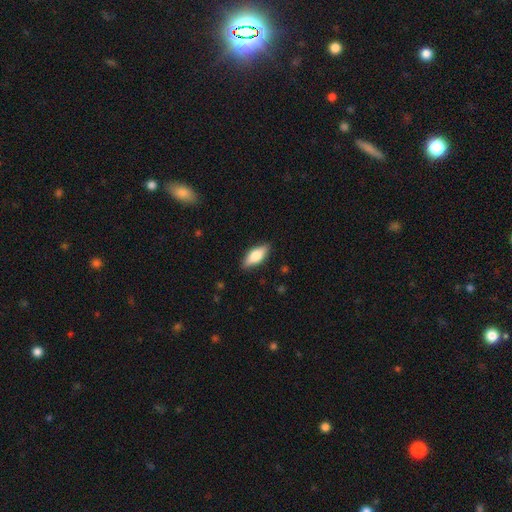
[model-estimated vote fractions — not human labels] A smooth galaxy with no disk features (72%) that is in between round and cigar-shaped (76%).

Vote fractions:
- Smooth or featured? smooth: 72% / featured or disk: 21% / star or artifact: 6%
- How rounded? in between: 76% / cigar-shaped: 22% / round: 2%
- Merging? none: 86% / minor disturbance: 10% / major disturbance: 2% / merger: 1%